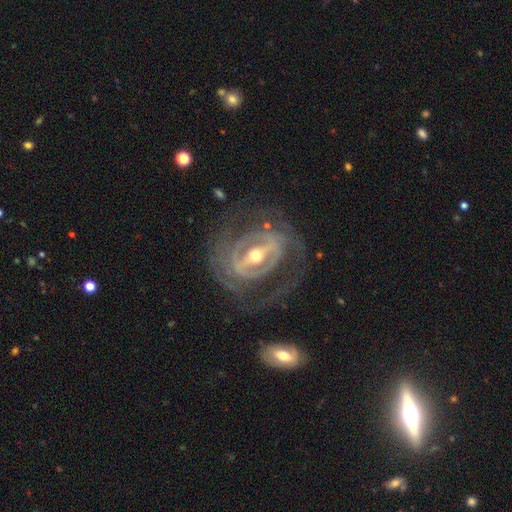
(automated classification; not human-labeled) smooth-or-featured: featured or disk: 90% | smooth: 5% | star or artifact: 4%
  disk-edge-on: no: 94% | yes: 6%
    bar: strong: 72% | weak: 21% | no: 7%
    has-spiral-arms: yes: 83% | no: 17%
      spiral-winding: tight: 58% | medium: 30% | loose: 12%
      spiral-arm-count: 2: 46% | can't tell: 25% | 3: 13% | 1: 7% | 4: 6% | more than 4: 5%
    bulge-size: moderate: 70% | small: 23% | large: 6% | dominant: 1% | none: 1%
  merging: none: 68% | major disturbance: 15% | minor disturbance: 14% | merger: 2%